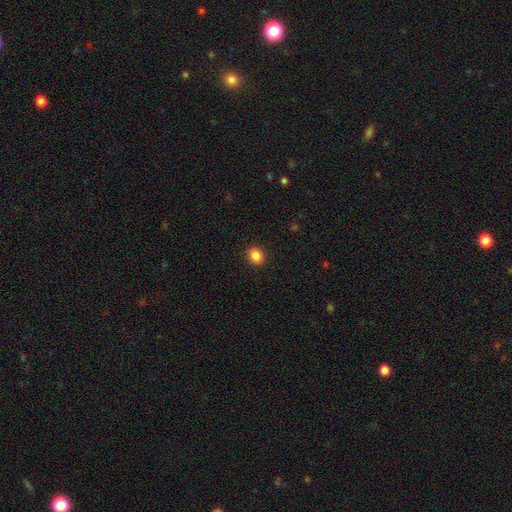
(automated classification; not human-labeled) Overall: smooth (87%). How rounded: round (60%; in between 39%). Merging: none (91%).